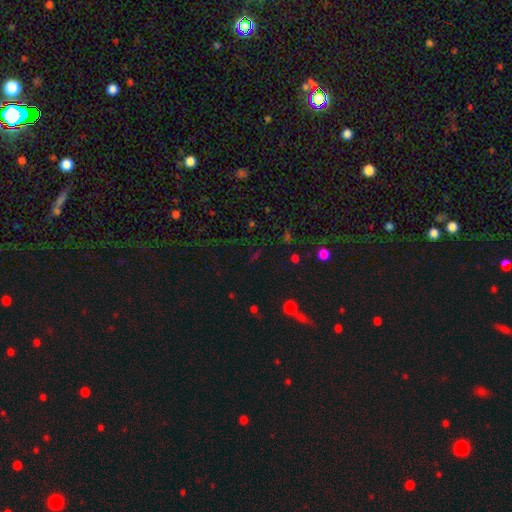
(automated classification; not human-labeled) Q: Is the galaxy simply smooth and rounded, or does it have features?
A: star or artifact — 62%.